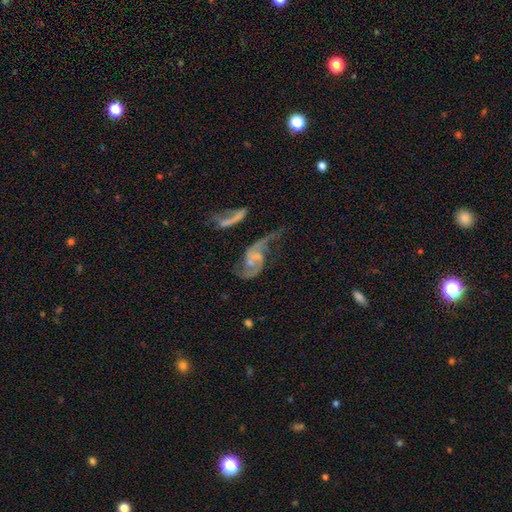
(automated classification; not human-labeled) featured or disk 83%, star or artifact 9%, smooth 8%. Down the decision tree: edge-on disk — no (96%); bar — no (57%); spiral arms — yes (92%); spiral arm count — 2 (87%); spiral winding — loose (57%); bulge size — small (50%); merging — none (36%).